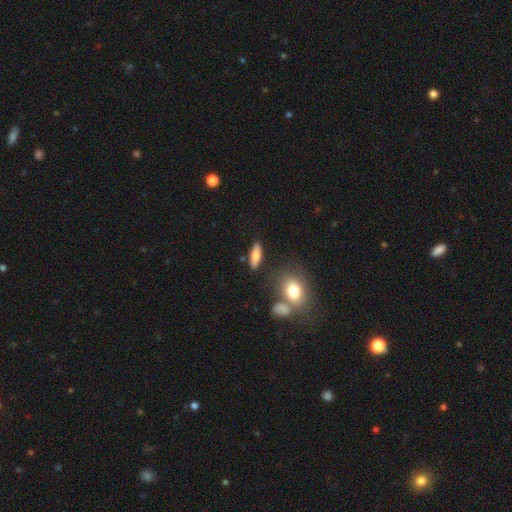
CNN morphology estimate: A smooth galaxy with no disk features (72%) that is in between round and cigar-shaped (50%). Merging: none (81%).